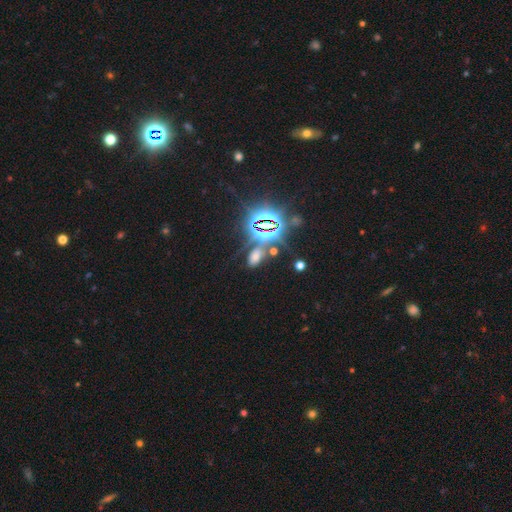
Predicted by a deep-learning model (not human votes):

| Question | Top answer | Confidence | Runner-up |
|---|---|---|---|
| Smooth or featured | star or artifact | 54% | smooth (35%) |